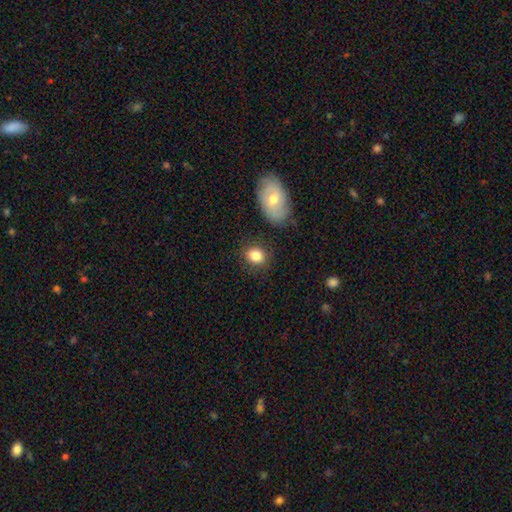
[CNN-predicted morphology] A smooth galaxy with no disk features (84%) that is round (59%). Merging: none (81%).